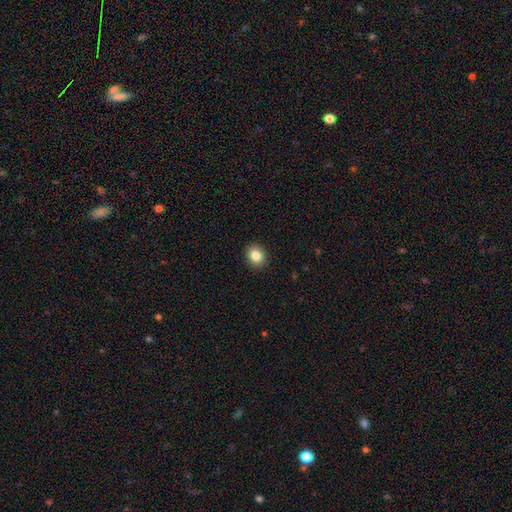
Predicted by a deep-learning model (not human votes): This is clearly a smooth galaxy (84%). How rounded: likely round (65%). Merging: clearly none (91%).